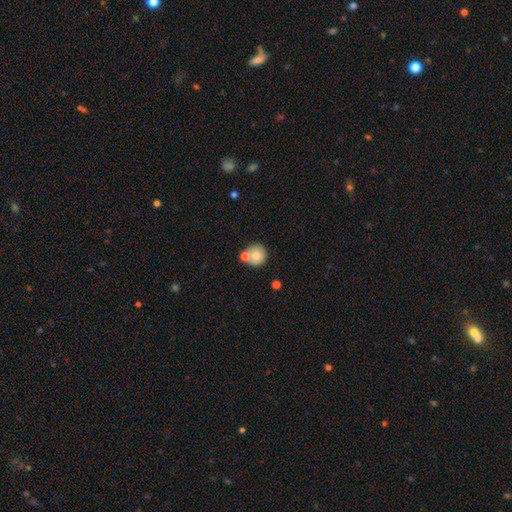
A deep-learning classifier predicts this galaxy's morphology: The model was most divided on "merging": none: 59%, merger: 27%, minor disturbance: 11%, major disturbance: 3%. More confident: how rounded — round (91%); smooth or featured — smooth (73%).